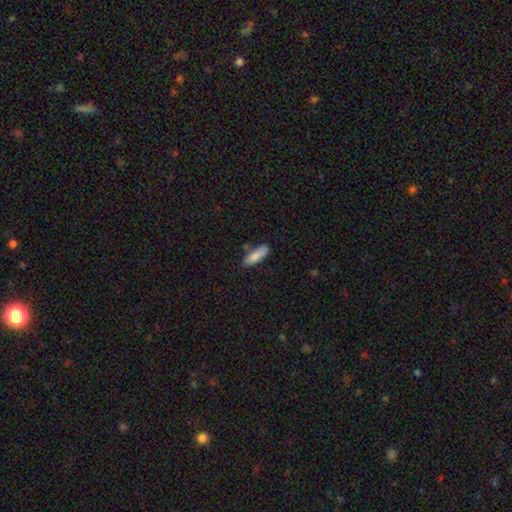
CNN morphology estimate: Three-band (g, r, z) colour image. It shows a smooth galaxy with no disk features (83%) that is cigar-shaped (52%). Merging: none (68%).